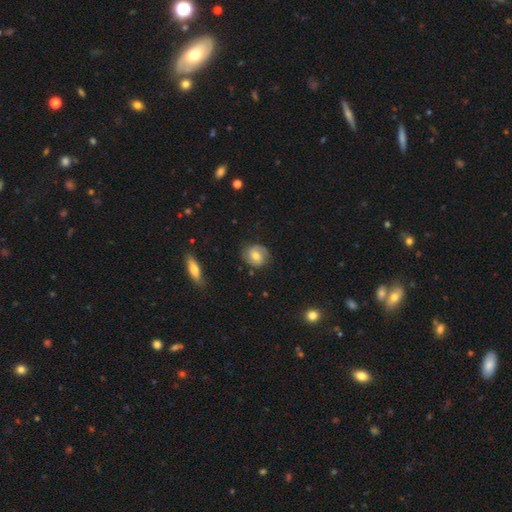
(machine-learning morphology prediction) featured or disk 52%, smooth 41%, star or artifact 8%. Down the decision tree: edge-on disk — no (96%); merging — none (79%).